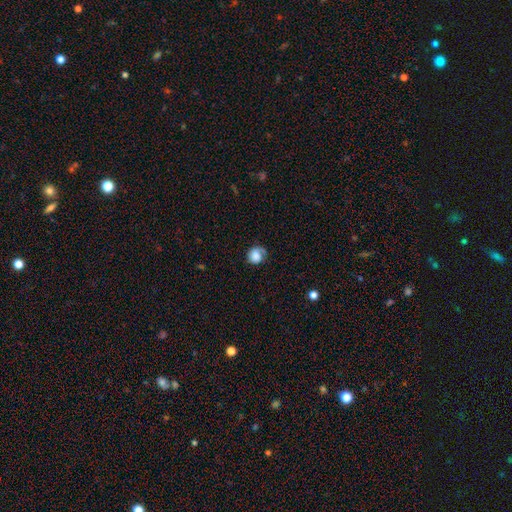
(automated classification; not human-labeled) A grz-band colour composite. It shows a smooth galaxy with no disk features (78%) that is round (76%). Merging: none (52%).